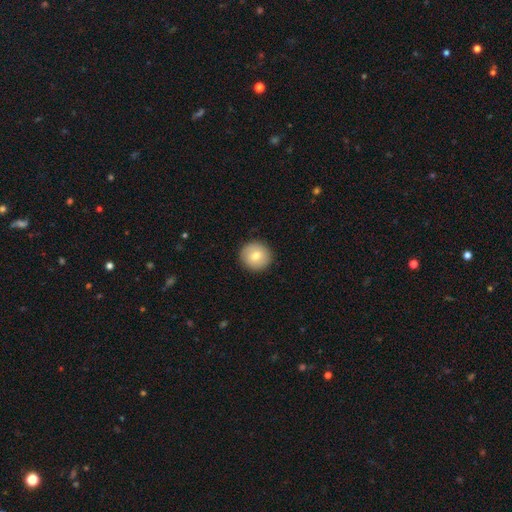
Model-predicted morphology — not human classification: Q: Smooth or featured?
A: smooth (74%); runner-up: featured or disk (18%)
Q: How rounded?
A: round (93%); runner-up: in between (6%)
Q: Merging?
A: none (91%); runner-up: minor disturbance (6%)